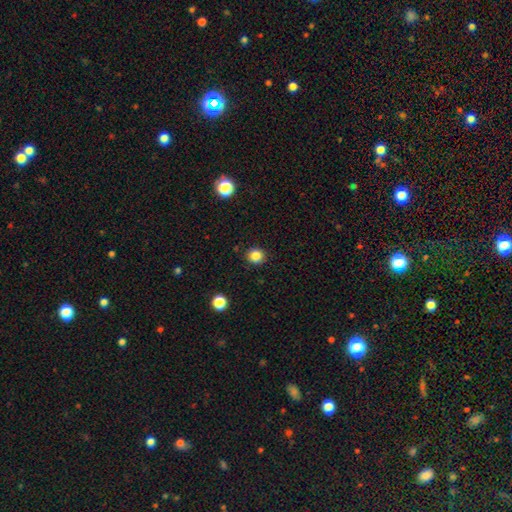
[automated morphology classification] A smooth galaxy with no disk features (85%) that is round (90%). Merging: none (90%).